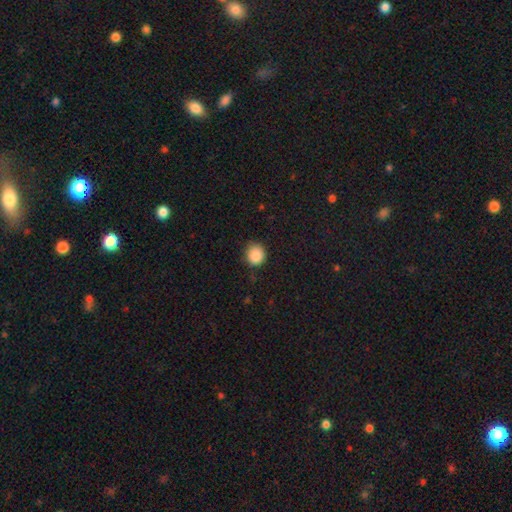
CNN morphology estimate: Overall: smooth (87%). How rounded: round (83%). Merging: none (80%).